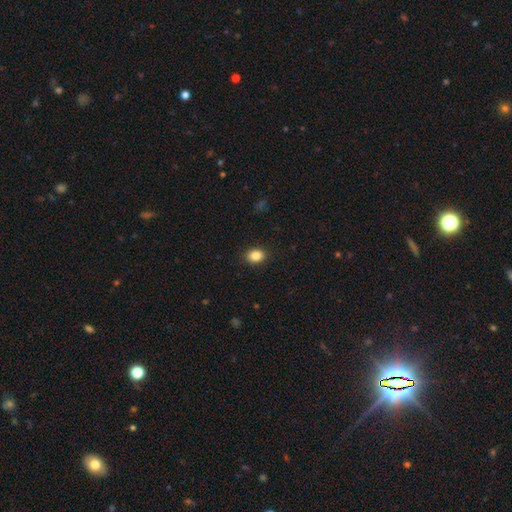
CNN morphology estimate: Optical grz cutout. It shows a smooth galaxy with no disk features (87%) that is in between round and cigar-shaped (60%). Merging: none (90%).